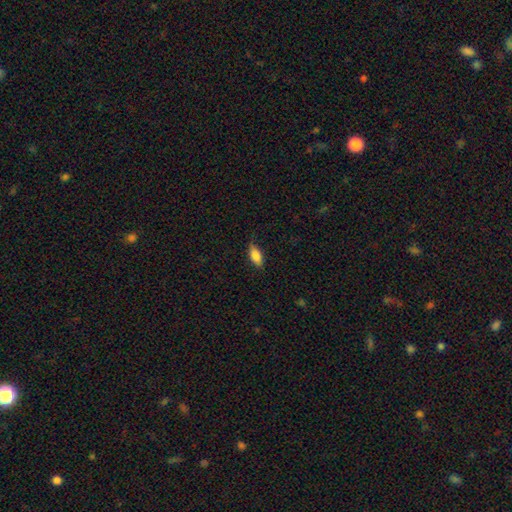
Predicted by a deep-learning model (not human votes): smooth 83%, featured or disk 10%, star or artifact 7%. Down the decision tree: how rounded — in between (84%); merging — none (76%).